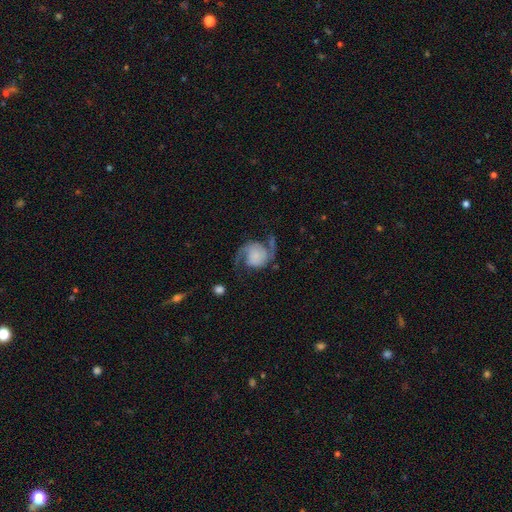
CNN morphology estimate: Overall: featured or disk (85%). Edge-on disk: no (98%). Bar: no (73%). Spiral arms: yes (97%). Spiral arm count: 2 (94%). Spiral winding: loose (47%; medium 42%). Bulge size: none (41%; small 26%). Merging: none (69%).